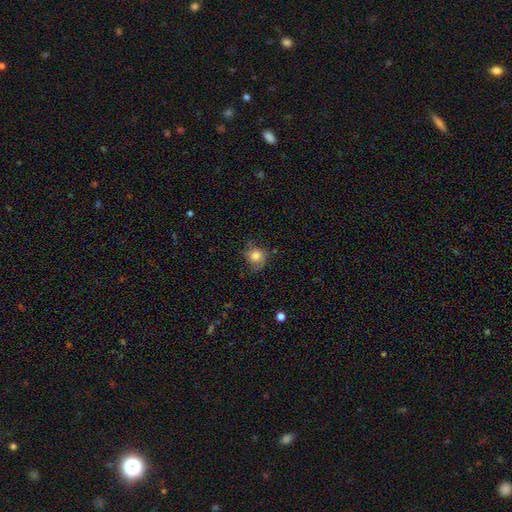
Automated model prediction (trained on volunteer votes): The model was most divided on "merging": none: 58%, minor disturbance: 28%, major disturbance: 12%, merger: 2%. More confident: how rounded — round (78%); smooth or featured — smooth (77%).